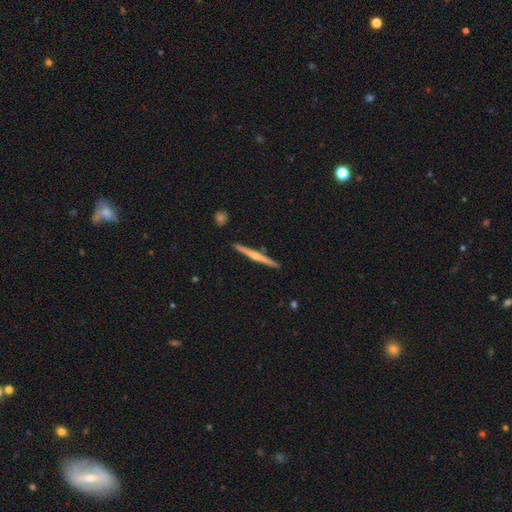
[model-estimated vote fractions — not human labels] This appears to be a featured or disk galaxy (63%) viewed edge-on (98%) with a rounded central bulge (68%). Merging: none (91%).